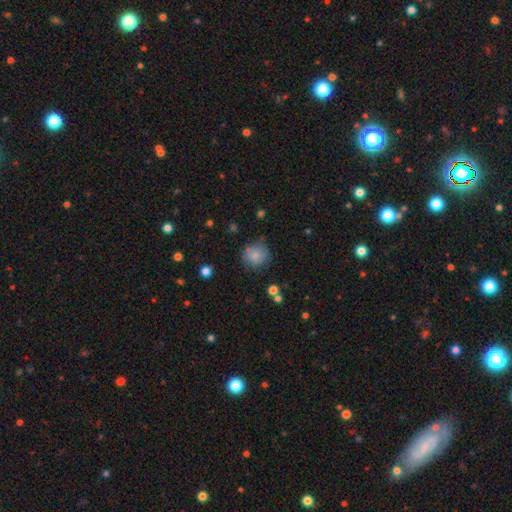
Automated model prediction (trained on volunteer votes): smooth-or-featured: smooth: 83% | star or artifact: 9% | featured or disk: 8%
  how-rounded: round: 90% | in between: 9% | cigar-shaped: 1%
  merging: none: 77% | minor disturbance: 16% | major disturbance: 5% | merger: 3%